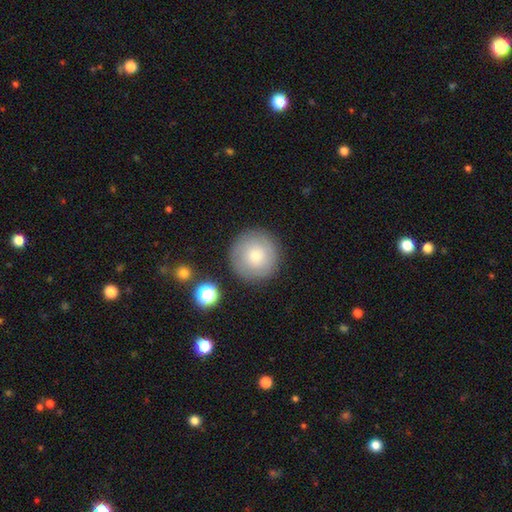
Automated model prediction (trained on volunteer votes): The model was most divided on "smooth or featured": smooth: 71%, featured or disk: 21%, star or artifact: 9%. More confident: how rounded — round (96%); merging — none (88%).